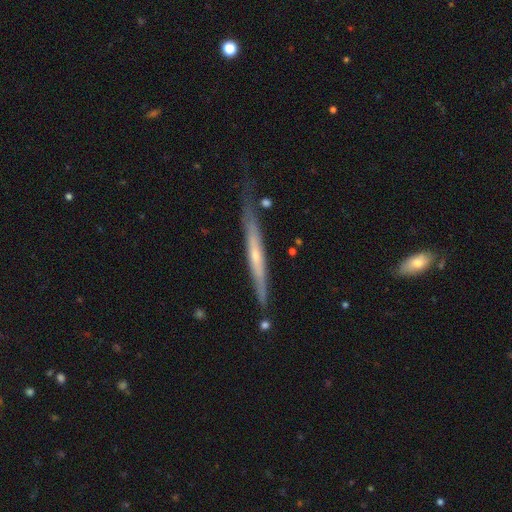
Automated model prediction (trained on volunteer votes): The model was most divided on "edge-on bulge": rounded: 49%, none: 48%, boxy: 4%. More confident: edge-on disk — yes (93%); merging — none (69%); smooth or featured — featured or disk (67%).